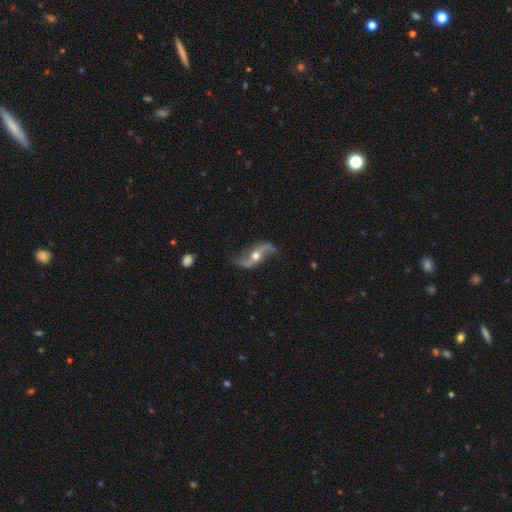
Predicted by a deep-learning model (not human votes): This is clearly a featured or disk galaxy (91%). It is clearly not viewed edge-on (94%). Bar: possibly no (58%). Spiral arm pattern: clearly yes (97%). Spiral arm count: clearly 2 (95%). Spiral winding: clearly loose (90%). Central bulge: likely moderate (74%). Merging: likely none (80%).